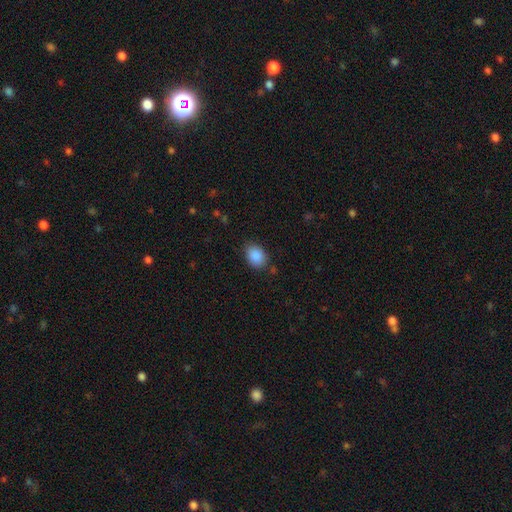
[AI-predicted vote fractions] Smooth or featured? Predicted: smooth (p=0.88). How rounded? Predicted: in between (p=0.74). Merging? Predicted: none (p=0.82).